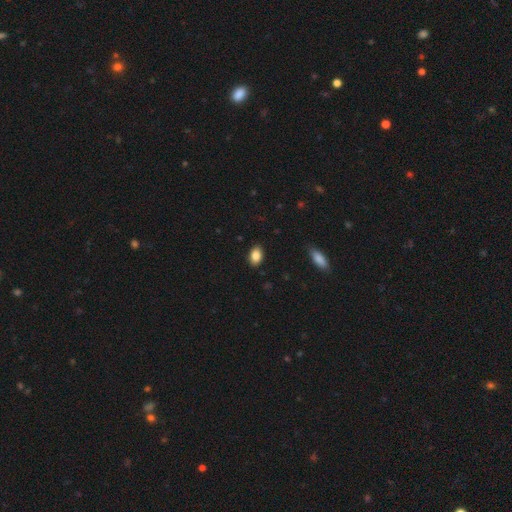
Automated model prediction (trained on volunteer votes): A smooth galaxy with no disk features (85%) that is in between round and cigar-shaped (87%).

Vote fractions:
- Smooth or featured? smooth: 85% / star or artifact: 8% / featured or disk: 7%
- How rounded? in between: 87% / round: 11% / cigar-shaped: 1%
- Merging? none: 88% / minor disturbance: 9% / major disturbance: 2% / merger: 1%